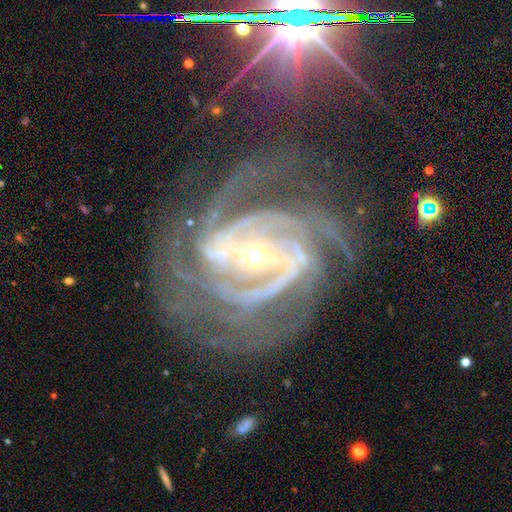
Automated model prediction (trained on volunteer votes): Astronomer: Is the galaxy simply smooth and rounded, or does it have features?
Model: featured or disk — 91%.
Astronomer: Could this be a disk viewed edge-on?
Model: no — 97%.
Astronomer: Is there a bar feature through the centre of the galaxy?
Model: strong — 54% (runner-up: weak, 30%).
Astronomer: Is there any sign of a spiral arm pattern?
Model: yes — 98%.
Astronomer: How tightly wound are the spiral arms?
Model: tight — 64%.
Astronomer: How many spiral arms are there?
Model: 4 — 28% (runner-up: 3, 27%).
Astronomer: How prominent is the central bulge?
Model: small — 62%.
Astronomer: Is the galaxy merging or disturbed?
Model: none — 67%.